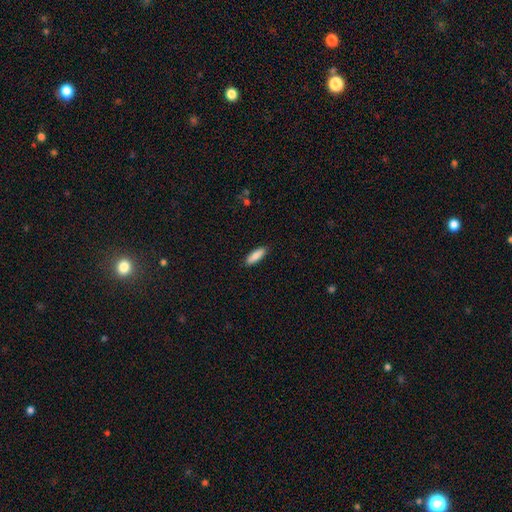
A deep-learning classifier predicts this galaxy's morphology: smooth_or_featured: smooth (p=0.88) [alt: featured or disk p=0.07]
how_rounded: in between (p=0.53) [alt: cigar-shaped p=0.46]
merging: none (p=0.89) [alt: minor disturbance p=0.08]